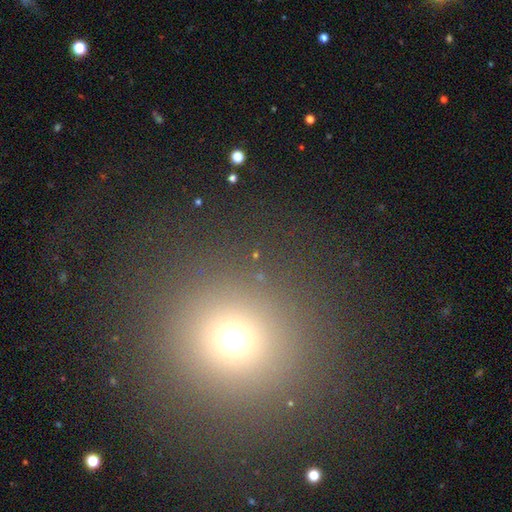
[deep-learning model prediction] Smooth or featured? Predicted: star or artifact (p=0.48).